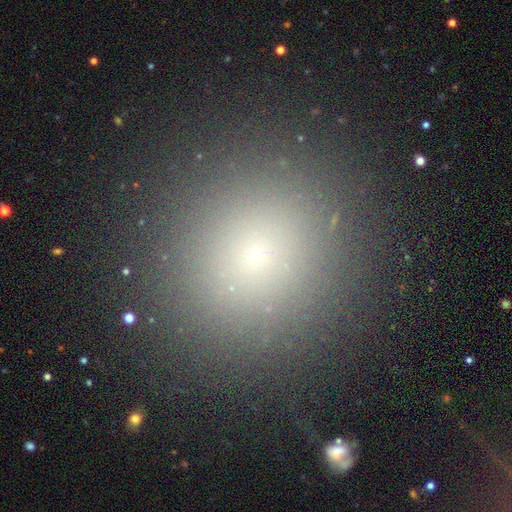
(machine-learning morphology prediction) Smooth or featured: smooth — 68% (star or artifact — 24%)
How rounded: round — 91% (in between — 8%)
Merging: none — 90% (minor disturbance — 6%)